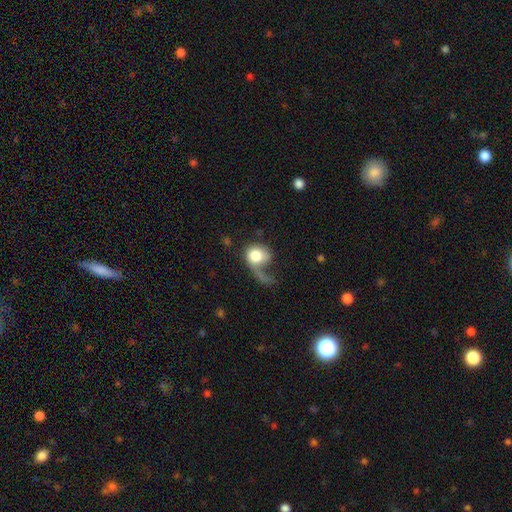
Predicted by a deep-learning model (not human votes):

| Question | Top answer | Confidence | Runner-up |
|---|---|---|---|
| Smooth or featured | smooth | 64% | featured or disk (28%) |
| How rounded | round | 62% | in between (36%) |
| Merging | major disturbance | 55% | none (20%) |